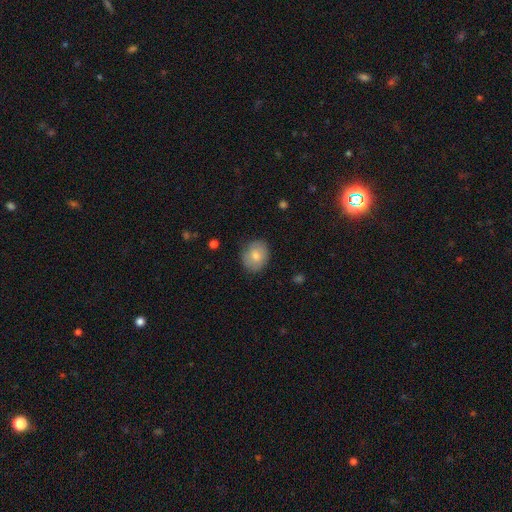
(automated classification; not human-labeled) Q: Smooth or featured?
A: smooth (77%); runner-up: featured or disk (16%)
Q: How rounded?
A: round (57%); runner-up: in between (42%)
Q: Merging?
A: none (80%); runner-up: minor disturbance (15%)